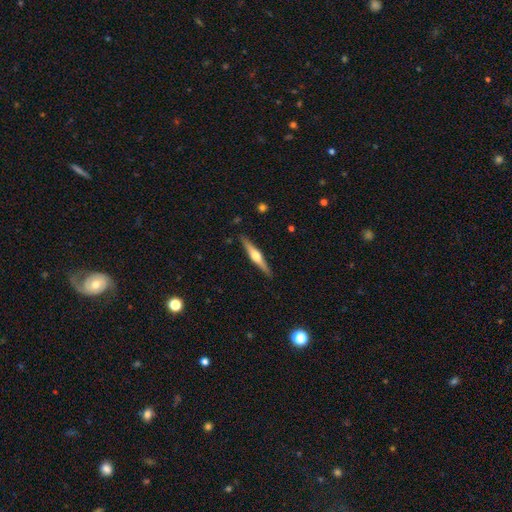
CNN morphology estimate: Smooth or featured? Predicted: featured or disk (p=0.71). Edge-on disk? Predicted: yes (p=0.98). Edge-on bulge? Predicted: rounded (p=0.91). Merging? Predicted: none (p=0.90).